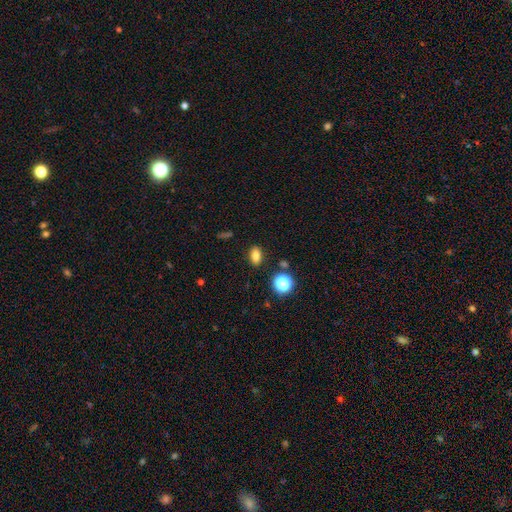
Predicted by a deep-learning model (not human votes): Smooth or featured? Predicted: smooth (p=0.79). How rounded? Predicted: in between (p=0.79). Merging? Predicted: none (p=0.87).